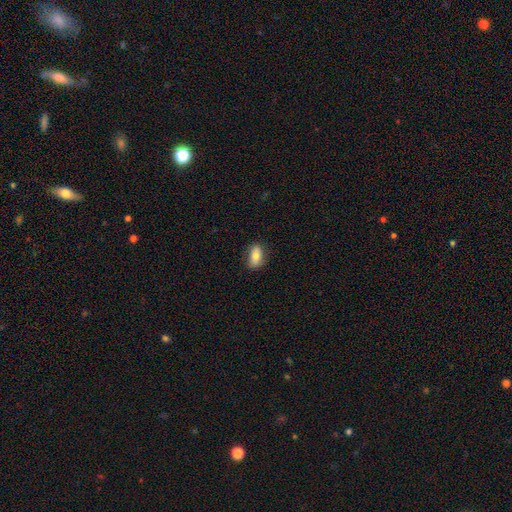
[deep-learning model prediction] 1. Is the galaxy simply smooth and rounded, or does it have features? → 75% smooth, 17% featured or disk, 8% star or artifact.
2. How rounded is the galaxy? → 86% in between, 9% round, 5% cigar-shaped.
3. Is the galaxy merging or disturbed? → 83% none, 13% minor disturbance, 3% major disturbance, 1% merger.